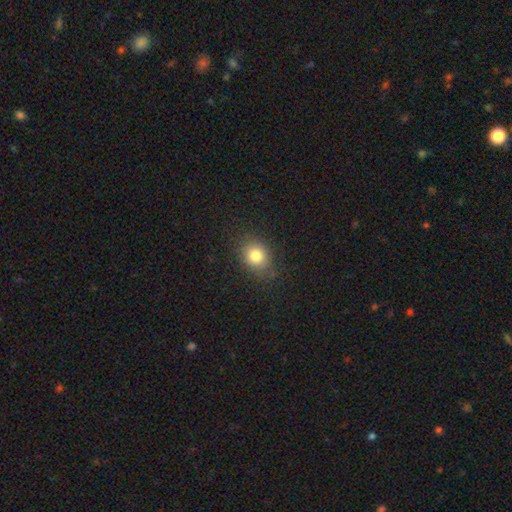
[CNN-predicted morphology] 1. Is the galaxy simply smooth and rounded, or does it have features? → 80% smooth, 12% star or artifact, 8% featured or disk.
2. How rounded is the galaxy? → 51% in between, 48% round, 1% cigar-shaped.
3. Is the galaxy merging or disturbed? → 80% none, 14% minor disturbance, 4% major disturbance, 1% merger.